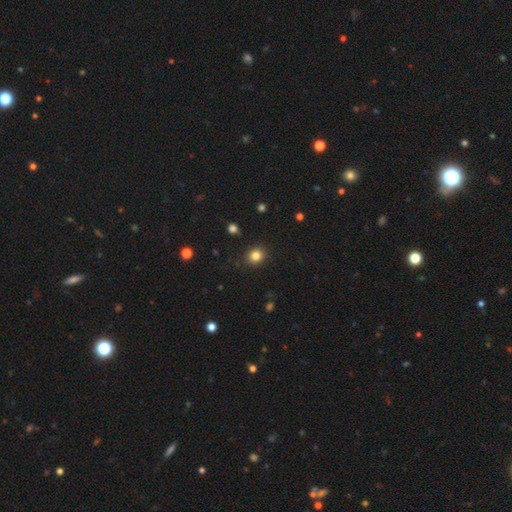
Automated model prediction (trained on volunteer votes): smooth-or-featured: smooth: 83% | star or artifact: 12% | featured or disk: 5%
  how-rounded: round: 83% | in between: 16% | cigar-shaped: 1%
  merging: none: 89% | minor disturbance: 8% | major disturbance: 2% | merger: 1%